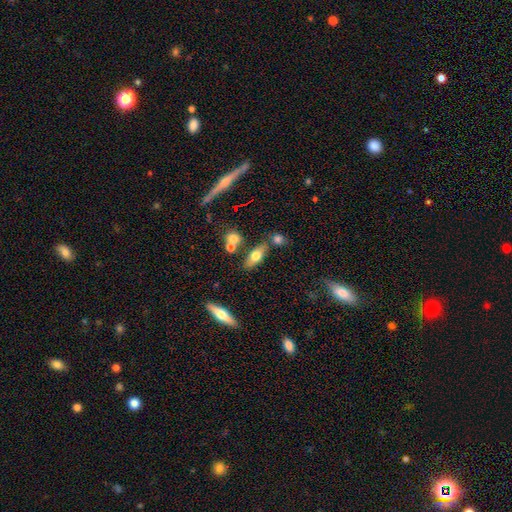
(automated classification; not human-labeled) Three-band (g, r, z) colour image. It shows a smooth galaxy with no disk features (62%) that is in between round and cigar-shaped (68%). Merging: none (66%).